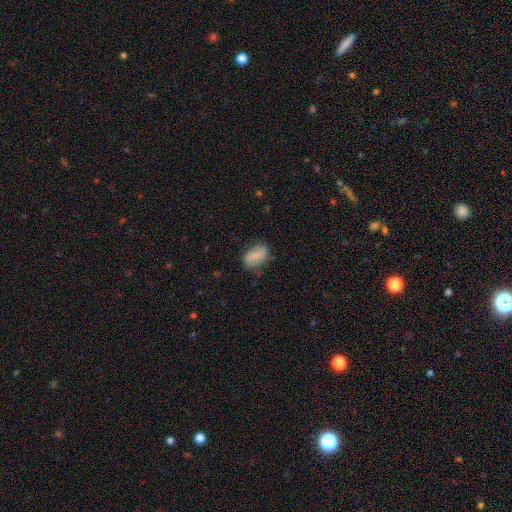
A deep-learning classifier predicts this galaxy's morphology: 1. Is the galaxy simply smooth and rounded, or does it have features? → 69% smooth, 23% featured or disk, 8% star or artifact.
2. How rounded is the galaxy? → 88% in between, 10% round, 3% cigar-shaped.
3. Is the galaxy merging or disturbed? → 69% none, 22% minor disturbance, 6% major disturbance, 2% merger.